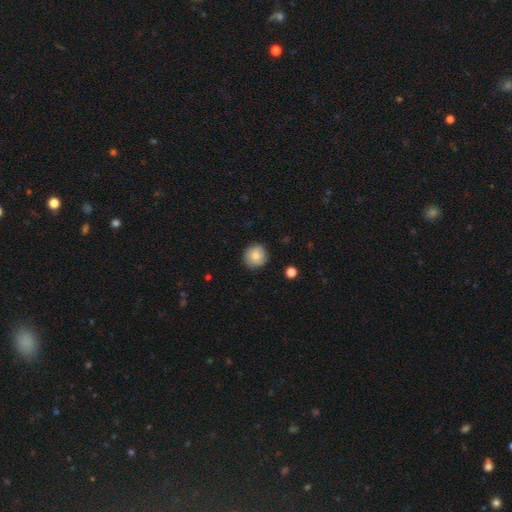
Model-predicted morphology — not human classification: type=smooth (81%); roundness=round (90%); merging=none (84%).